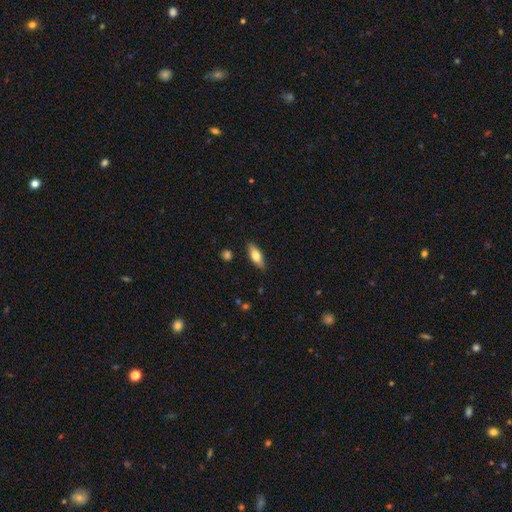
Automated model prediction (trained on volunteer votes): The model was most divided on "smooth or featured": smooth: 71%, featured or disk: 22%, star or artifact: 6%. More confident: merging — none (86%); how rounded — in between (74%).